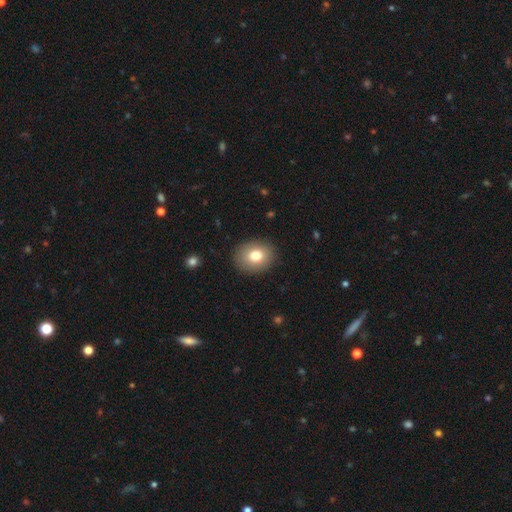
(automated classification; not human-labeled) Q: Smooth or featured?
A: smooth (78%); runner-up: featured or disk (13%)
Q: How rounded?
A: round (52%); runner-up: in between (47%)
Q: Merging?
A: none (88%); runner-up: minor disturbance (8%)